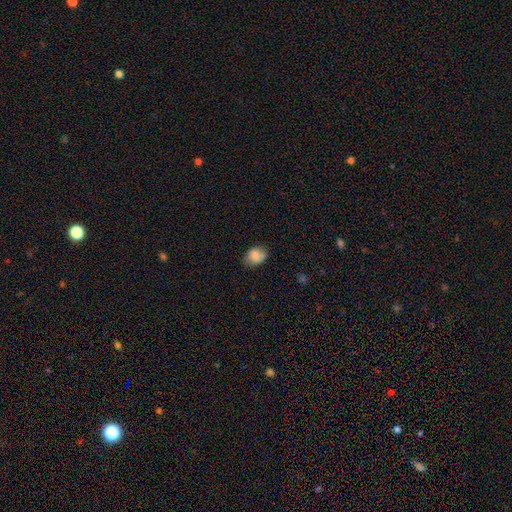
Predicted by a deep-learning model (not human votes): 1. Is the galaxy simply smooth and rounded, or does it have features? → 83% smooth, 9% featured or disk, 8% star or artifact.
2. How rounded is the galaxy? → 64% in between, 35% round, 1% cigar-shaped.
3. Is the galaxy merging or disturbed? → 71% none, 23% minor disturbance, 5% major disturbance, 2% merger.